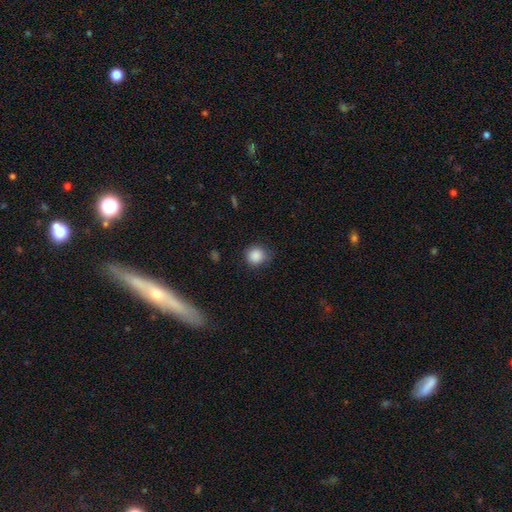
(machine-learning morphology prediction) smooth-or-featured: smooth: 87% | star or artifact: 9% | featured or disk: 3%
  how-rounded: round: 87% | in between: 12% | cigar-shaped: 1%
  merging: none: 76% | minor disturbance: 19% | major disturbance: 4% | merger: 1%